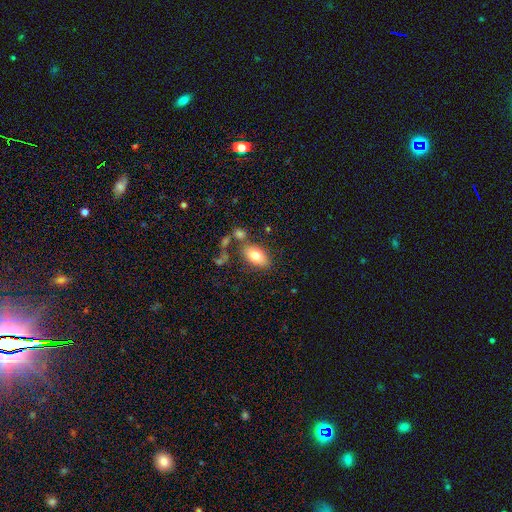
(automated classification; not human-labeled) Smooth or featured: smooth — 79% (featured or disk — 14%)
How rounded: in between — 91% (round — 6%)
Merging: none — 71% (minor disturbance — 14%)